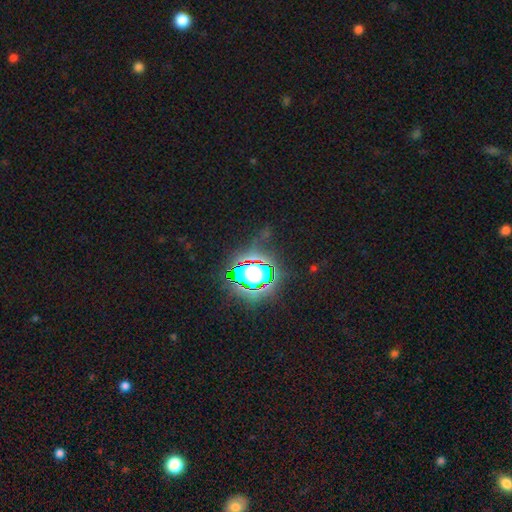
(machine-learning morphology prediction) Q: Smooth or featured?
A: star or artifact (78%); runner-up: smooth (12%)